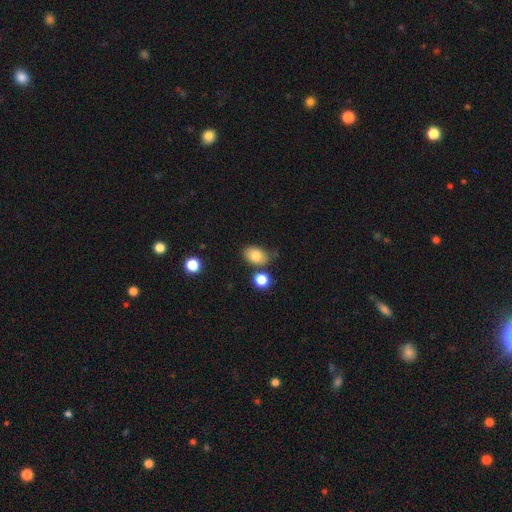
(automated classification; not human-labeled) The model was most divided on "merging": none: 67%, minor disturbance: 19%, merger: 9%, major disturbance: 4%. More confident: smooth or featured — smooth (82%); how rounded — in between (79%).